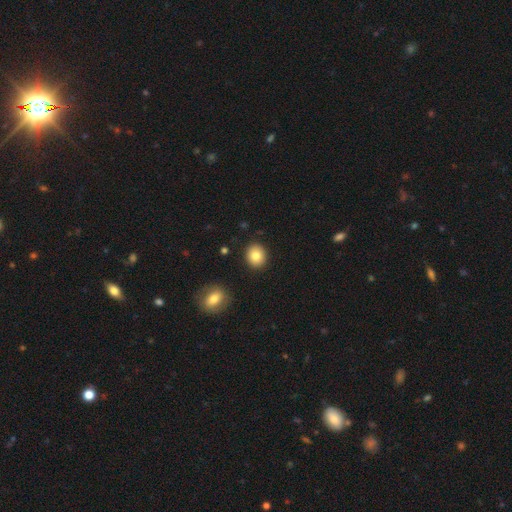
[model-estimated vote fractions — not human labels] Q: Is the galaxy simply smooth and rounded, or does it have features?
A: smooth — 84%.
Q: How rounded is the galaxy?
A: round — 71%.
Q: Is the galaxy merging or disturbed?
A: none — 90%.